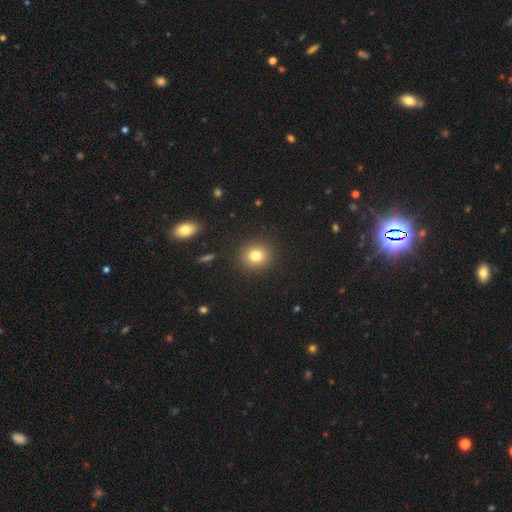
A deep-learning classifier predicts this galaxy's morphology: smooth 79%, star or artifact 13%, featured or disk 8%. Down the decision tree: how rounded — round (85%); merging — none (90%).